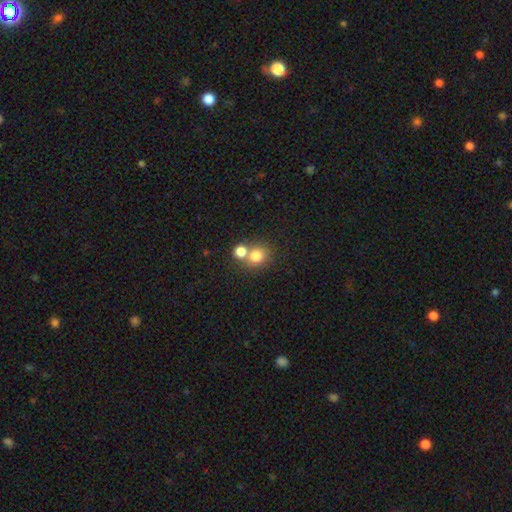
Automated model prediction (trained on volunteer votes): This appears to be a smooth galaxy with no disk features (79%) that is round (80%). Merging: none (48%).